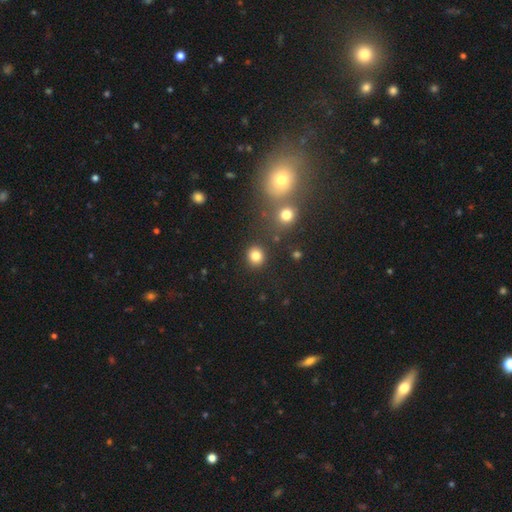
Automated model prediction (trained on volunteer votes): Q: Smooth or featured?
A: smooth (82%); runner-up: star or artifact (13%)
Q: How rounded?
A: round (87%); runner-up: in between (12%)
Q: Merging?
A: none (87%); runner-up: minor disturbance (6%)